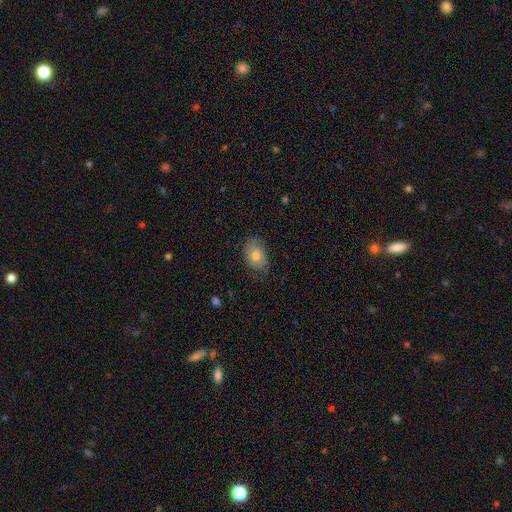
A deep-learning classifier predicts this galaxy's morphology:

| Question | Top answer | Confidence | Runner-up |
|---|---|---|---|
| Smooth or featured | smooth | 69% | featured or disk (22%) |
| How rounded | in between | 85% | round (14%) |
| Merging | none | 76% | minor disturbance (19%) |